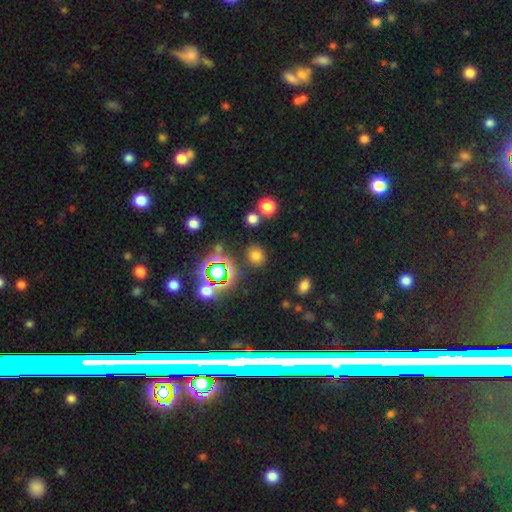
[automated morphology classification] Smooth or featured? smooth (67%)
How rounded? round (75%)
Merging? none (83%)